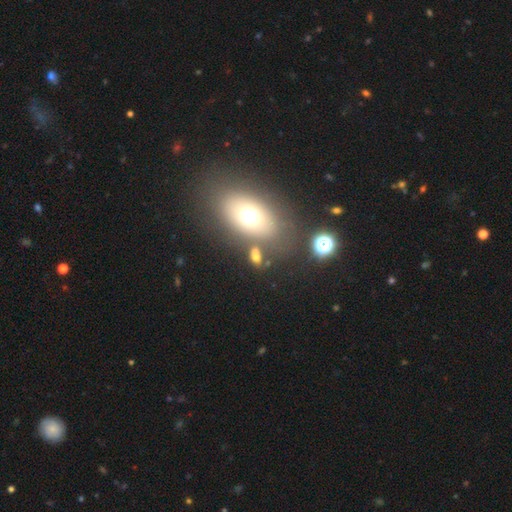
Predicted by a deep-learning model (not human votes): smooth 62%, star or artifact 22%, featured or disk 16%. Down the decision tree: how rounded — in between (70%); merging — none (67%).